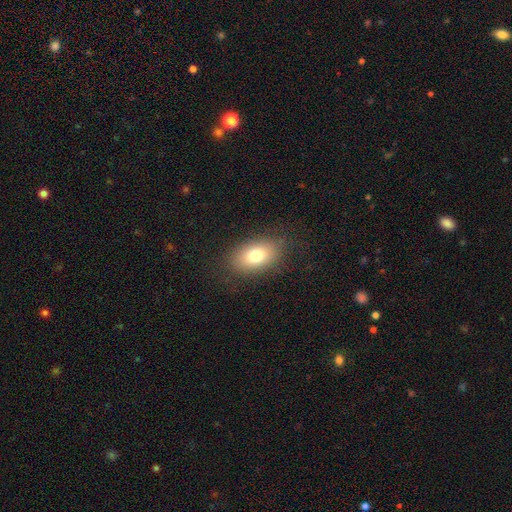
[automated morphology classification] smooth 76%, featured or disk 14%, star or artifact 10%. Down the decision tree: how rounded — in between (87%); merging — none (83%).